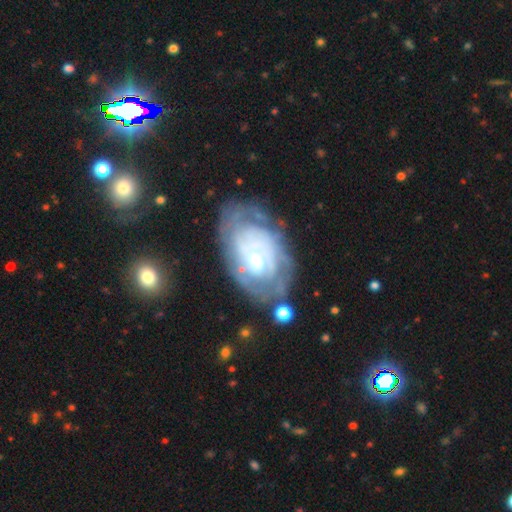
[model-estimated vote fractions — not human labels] Q: Smooth or featured?
A: featured or disk (79%); runner-up: smooth (14%)
Q: Edge-on disk?
A: no (96%); runner-up: yes (4%)
Q: Bar?
A: no (62%); runner-up: weak (30%)
Q: Spiral arms?
A: yes (83%); runner-up: no (17%)
Q: Spiral winding?
A: tight (70%); runner-up: medium (23%)
Q: Spiral arm count?
A: can't tell (56%); runner-up: 2 (17%)
Q: Bulge size?
A: small (48%); runner-up: moderate (40%)
Q: Merging?
A: none (59%); runner-up: minor disturbance (23%)